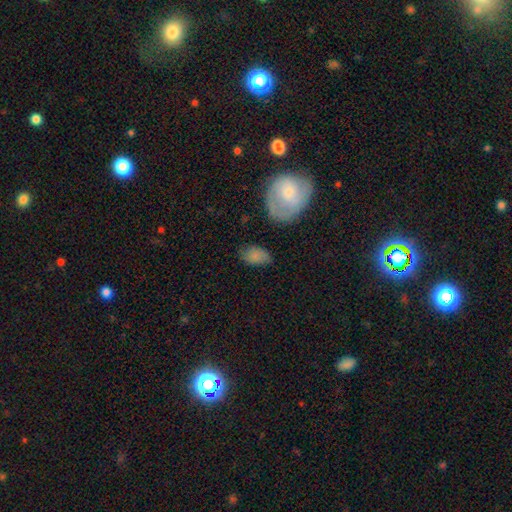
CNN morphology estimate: smooth_or_featured: smooth (p=0.80) [alt: featured or disk p=0.11]
how_rounded: in between (p=0.90) [alt: round p=0.08]
merging: none (p=0.69) [alt: minor disturbance p=0.21]